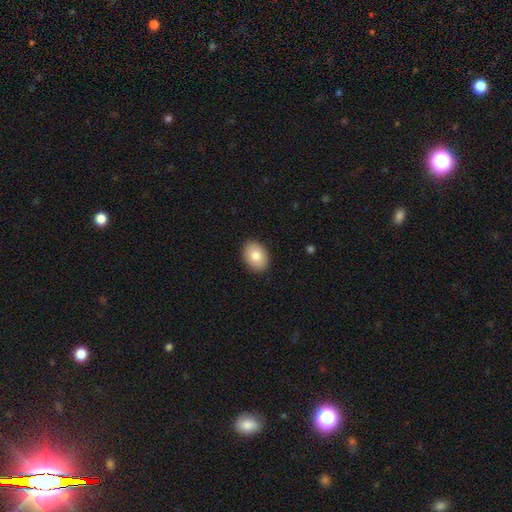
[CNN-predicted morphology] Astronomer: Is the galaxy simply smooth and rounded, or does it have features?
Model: smooth — 82%.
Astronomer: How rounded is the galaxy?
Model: in between — 76%.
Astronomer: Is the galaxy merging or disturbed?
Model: none — 90%.